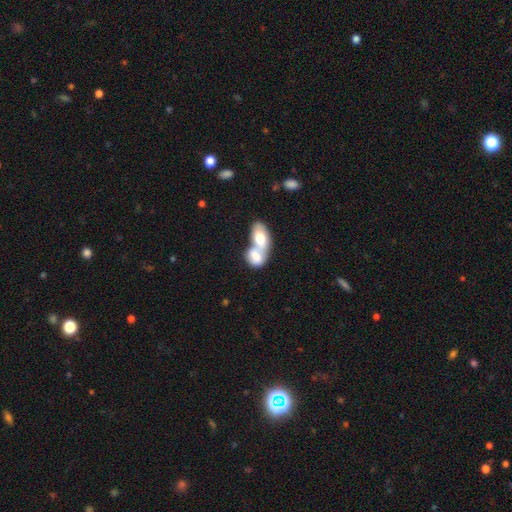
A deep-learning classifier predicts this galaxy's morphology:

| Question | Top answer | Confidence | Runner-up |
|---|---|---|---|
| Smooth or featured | smooth | 70% | featured or disk (24%) |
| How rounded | in between | 84% | round (12%) |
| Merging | merger | 81% | none (10%) |